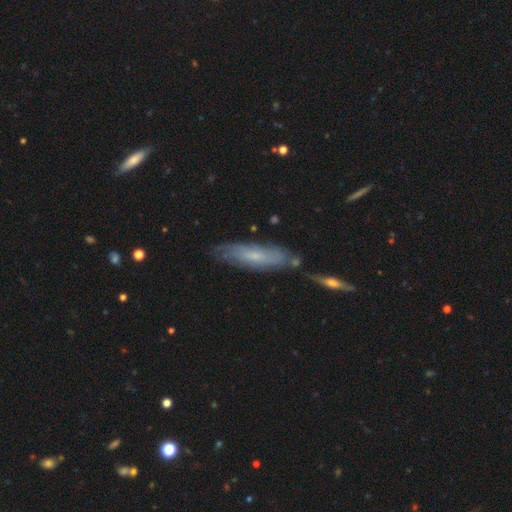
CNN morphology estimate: This appears to be a featured or disk galaxy (49%). Merging: none (69%).